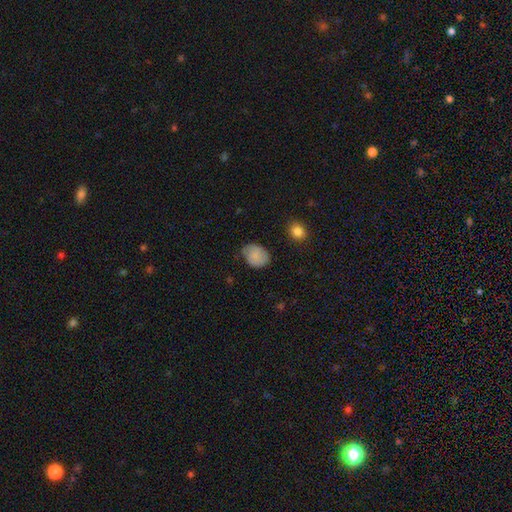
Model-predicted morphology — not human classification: This appears to be a smooth galaxy with no disk features (80%) that is in between round and cigar-shaped (61%). Merging: none (67%).